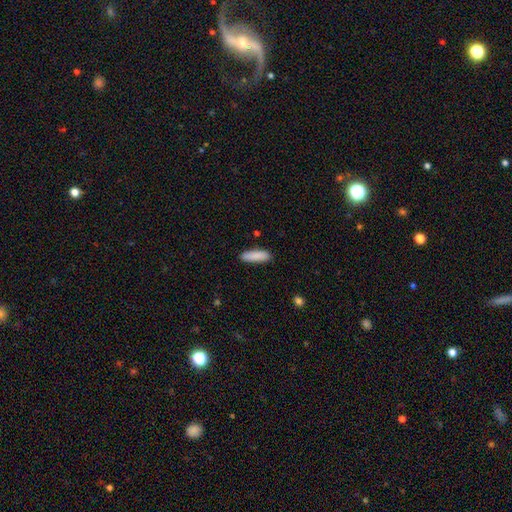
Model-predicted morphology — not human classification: A smooth galaxy with no disk features (89%) that is cigar-shaped (59%).

Vote fractions:
- Smooth or featured? smooth: 89% / star or artifact: 6% / featured or disk: 5%
- How rounded? cigar-shaped: 59% / in between: 39% / round: 2%
- Merging? none: 88% / minor disturbance: 9% / major disturbance: 2% / merger: 1%